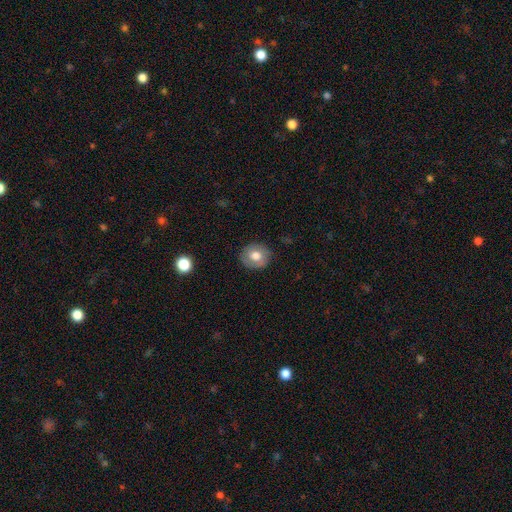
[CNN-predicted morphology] smooth-or-featured: smooth: 71% | featured or disk: 20% | star or artifact: 8%
  how-rounded: round: 78% | in between: 21% | cigar-shaped: 1%
  merging: none: 85% | minor disturbance: 11% | major disturbance: 3% | merger: 1%